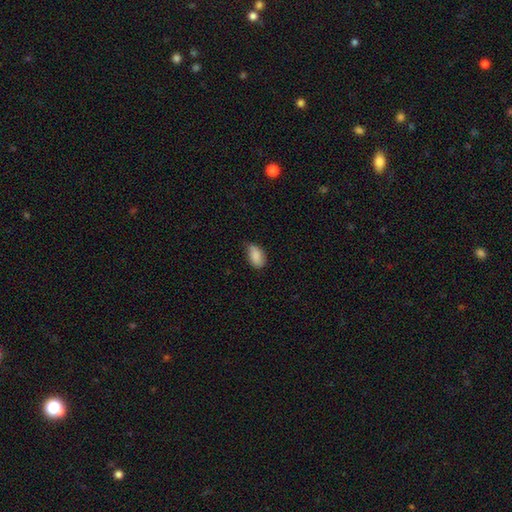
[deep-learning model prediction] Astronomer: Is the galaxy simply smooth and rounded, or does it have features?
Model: smooth — 86%.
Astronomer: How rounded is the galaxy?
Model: in between — 93%.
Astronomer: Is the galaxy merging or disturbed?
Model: none — 60%.